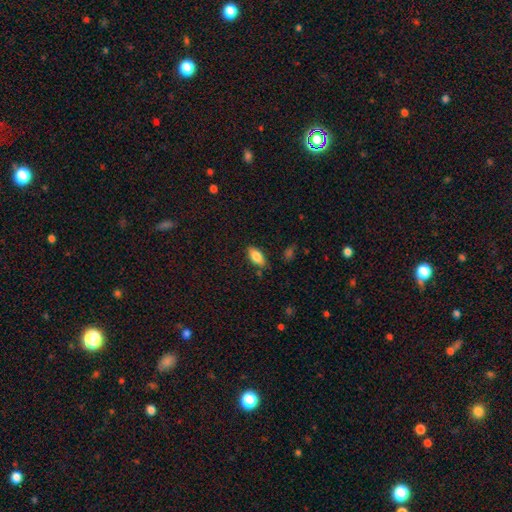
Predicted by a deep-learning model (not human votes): This is clearly a smooth galaxy (81%). How rounded: clearly in between (88%). Merging: likely none (78%).